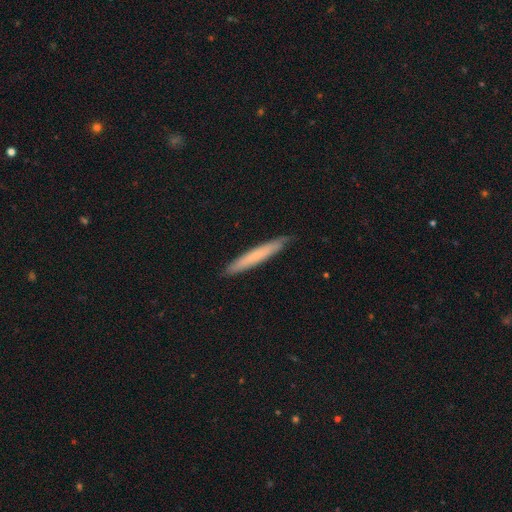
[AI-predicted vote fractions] smooth-or-featured: smooth: 65% | featured or disk: 29% | star or artifact: 6%
  how-rounded: cigar-shaped: 96% | in between: 3% | round: 1%
  merging: none: 89% | minor disturbance: 9% | major disturbance: 1% | merger: 1%